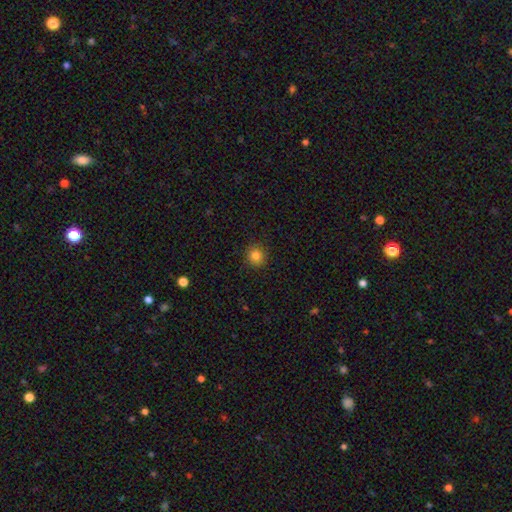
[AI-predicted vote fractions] Smooth or featured? Predicted: smooth (p=0.83). How rounded? Predicted: round (p=0.90). Merging? Predicted: none (p=0.91).